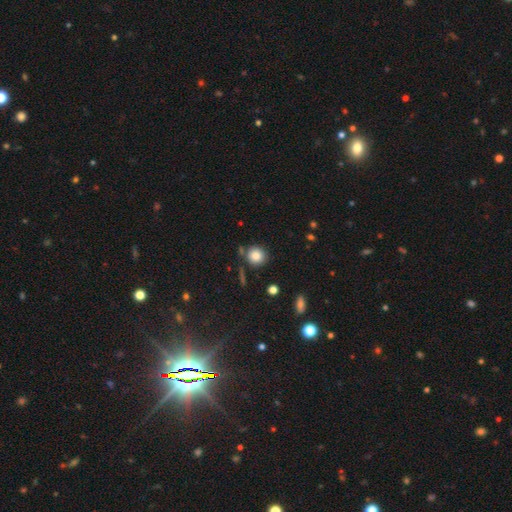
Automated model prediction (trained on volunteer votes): Smooth or featured?
  - smooth: 83% *
  - star or artifact: 10%
  - featured or disk: 7%
How rounded?
  - round: 88% *
  - in between: 11%
  - cigar-shaped: 1%
Merging?
  - none: 78% *
  - minor disturbance: 11%
  - merger: 8%
  - major disturbance: 3%